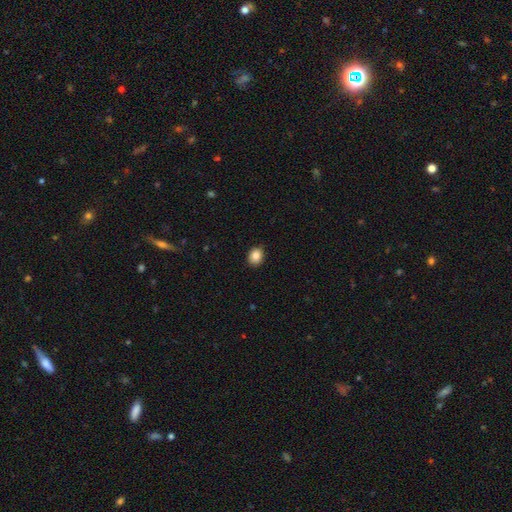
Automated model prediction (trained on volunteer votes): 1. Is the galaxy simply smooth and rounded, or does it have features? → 85% smooth, 9% star or artifact, 5% featured or disk.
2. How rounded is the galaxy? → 57% round, 42% in between, 1% cigar-shaped.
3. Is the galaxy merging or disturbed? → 89% none, 9% minor disturbance, 2% major disturbance, 1% merger.